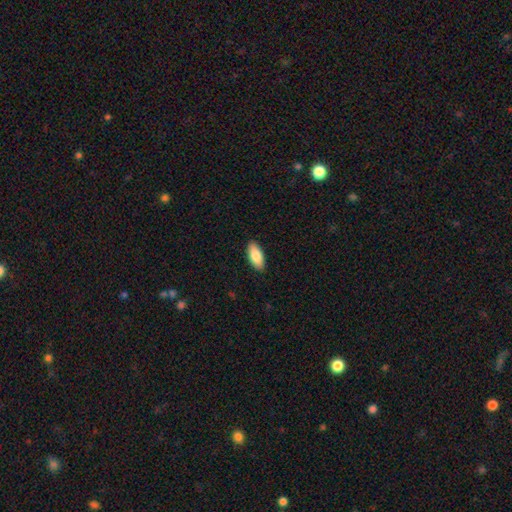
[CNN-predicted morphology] Overall: smooth (85%). How rounded: in between (85%). Merging: none (90%).